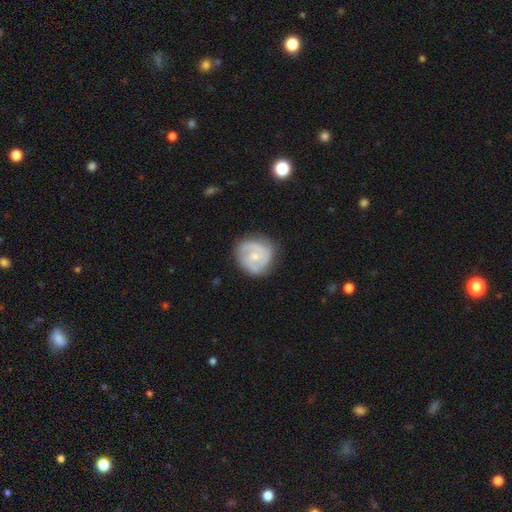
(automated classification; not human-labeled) Overall: featured or disk (65%; smooth 30%). Edge-on disk: no (98%). Bar: no (66%; weak 29%). Spiral arms: yes (84%). Spiral arm count: 2 (52%; can't tell 23%). Spiral winding: tight (51%; medium 37%). Bulge size: small (53%; moderate 40%). Merging: none (72%).